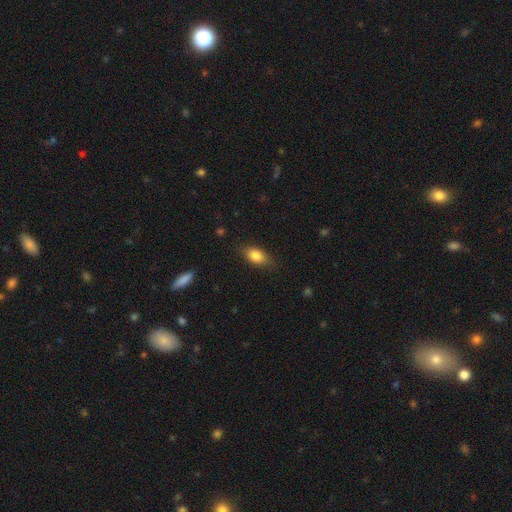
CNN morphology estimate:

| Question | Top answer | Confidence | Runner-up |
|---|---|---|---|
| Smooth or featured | smooth | 83% | featured or disk (9%) |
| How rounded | in between | 84% | round (10%) |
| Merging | none | 80% | minor disturbance (15%) |